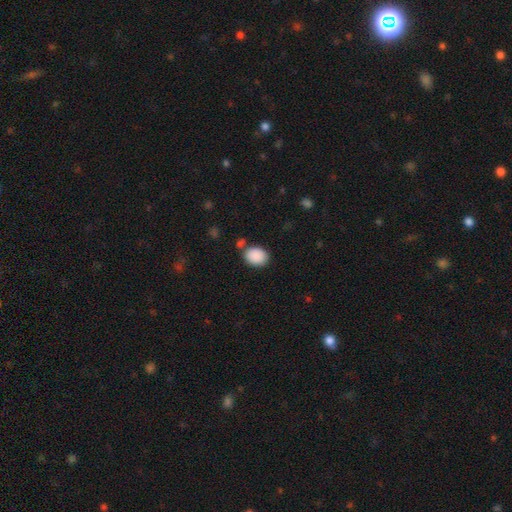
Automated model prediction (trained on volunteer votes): A smooth galaxy with no disk features (89%) that is in between round and cigar-shaped (57%). Merging: none (74%).